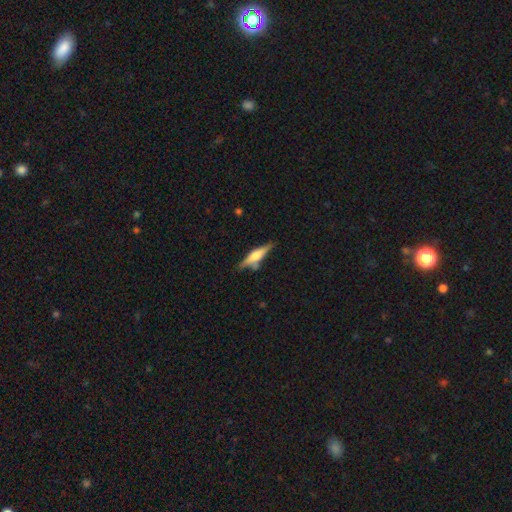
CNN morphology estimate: Smooth or featured?
  - featured or disk: 50% *
  - smooth: 43%
  - star or artifact: 7%
Edge-on disk?
  - yes: 94% *
  - no: 6%
Merging?
  - none: 72% *
  - minor disturbance: 16%
  - merger: 7%
  - major disturbance: 4%